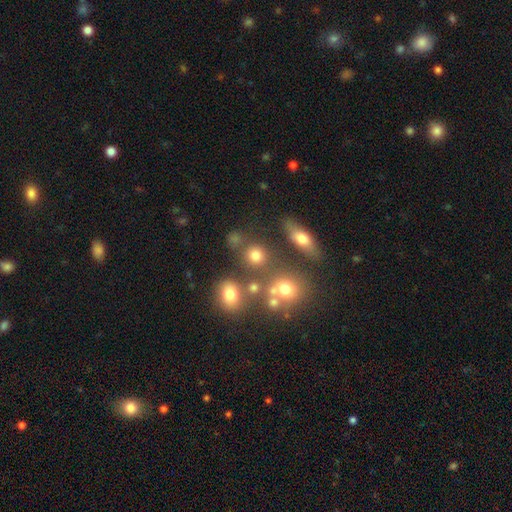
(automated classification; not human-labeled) Q: Smooth or featured?
A: smooth (73%); runner-up: star or artifact (15%)
Q: How rounded?
A: round (77%); runner-up: in between (20%)
Q: Merging?
A: none (63%); runner-up: merger (19%)